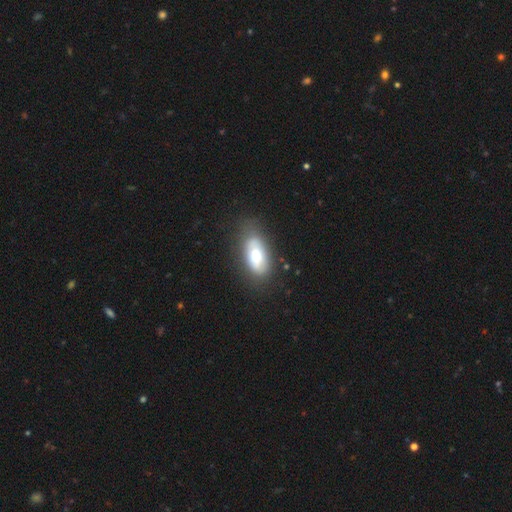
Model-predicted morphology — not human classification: Q: Smooth or featured?
A: smooth (59%); runner-up: featured or disk (33%)
Q: How rounded?
A: in between (86%); runner-up: cigar-shaped (11%)
Q: Merging?
A: none (65%); runner-up: minor disturbance (23%)